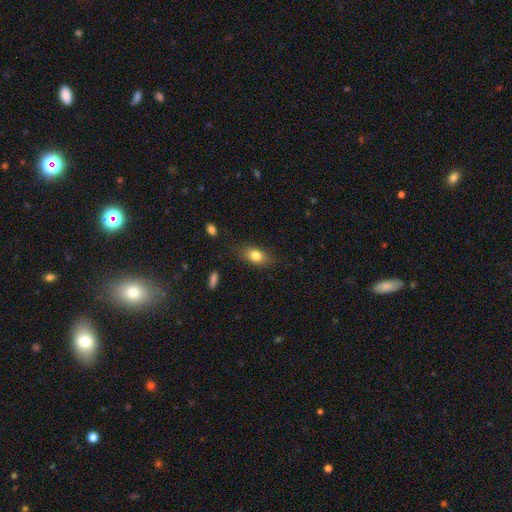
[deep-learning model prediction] The model was most divided on "how rounded": in between: 80%, round: 14%, cigar-shaped: 5%. More confident: merging — none (81%); smooth or featured — smooth (80%).